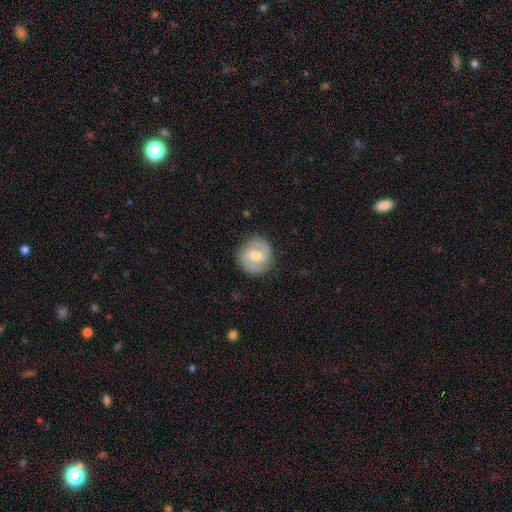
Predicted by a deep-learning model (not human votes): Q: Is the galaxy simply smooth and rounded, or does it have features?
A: featured or disk — 70%.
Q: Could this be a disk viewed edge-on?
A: no — 98%.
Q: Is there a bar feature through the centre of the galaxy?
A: weak — 52%.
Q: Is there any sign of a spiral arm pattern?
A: yes — 90%.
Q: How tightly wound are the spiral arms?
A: medium — 48%.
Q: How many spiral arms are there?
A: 2 — 85%.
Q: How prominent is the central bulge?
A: moderate — 56%.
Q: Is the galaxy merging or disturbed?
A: none — 84%.